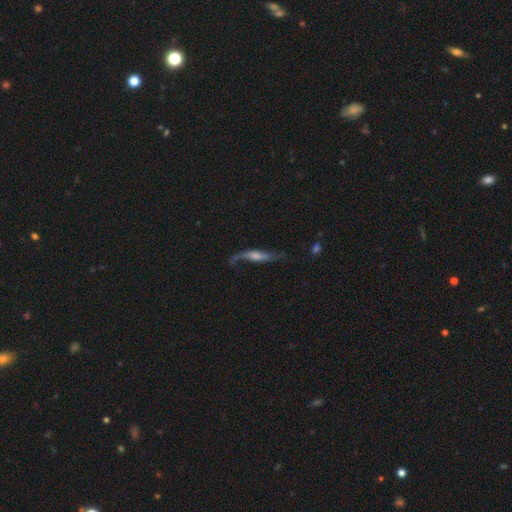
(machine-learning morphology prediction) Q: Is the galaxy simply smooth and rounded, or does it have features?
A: featured or disk — 69%.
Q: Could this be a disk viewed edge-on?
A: yes — 51%.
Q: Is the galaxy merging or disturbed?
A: none — 50%.